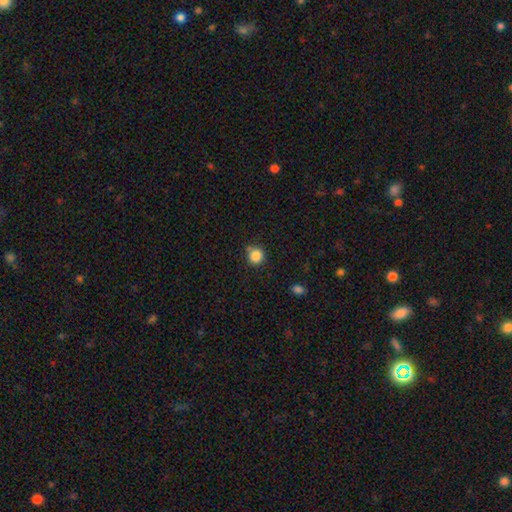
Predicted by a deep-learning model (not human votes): Smooth or featured?
  - smooth: 85% *
  - star or artifact: 11%
  - featured or disk: 4%
How rounded?
  - round: 92% *
  - in between: 7%
  - cigar-shaped: 1%
Merging?
  - none: 76% *
  - minor disturbance: 14%
  - merger: 8%
  - major disturbance: 3%